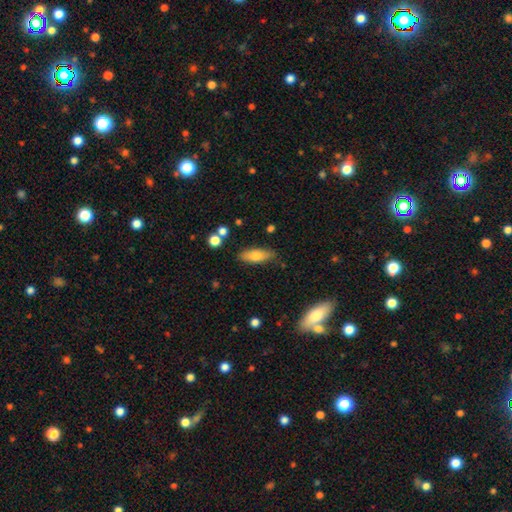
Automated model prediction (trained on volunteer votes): smooth_or_featured: smooth (p=0.71) [alt: featured or disk p=0.22]
how_rounded: in between (p=0.66) [alt: cigar-shaped p=0.32]
merging: none (p=0.81) [alt: minor disturbance p=0.13]